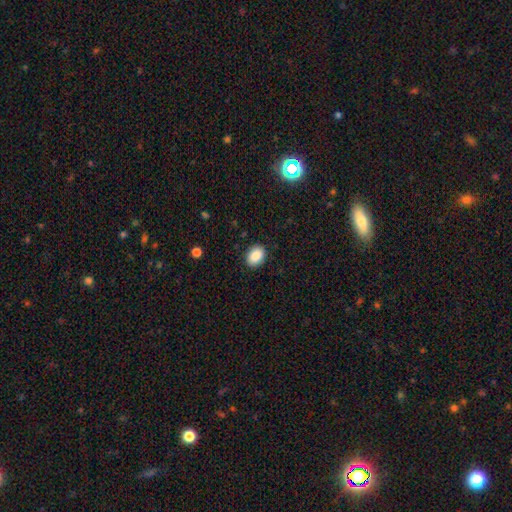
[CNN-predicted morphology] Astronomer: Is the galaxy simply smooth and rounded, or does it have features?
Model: smooth — 89%.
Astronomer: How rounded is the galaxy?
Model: in between — 74%.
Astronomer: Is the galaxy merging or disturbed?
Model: none — 89%.